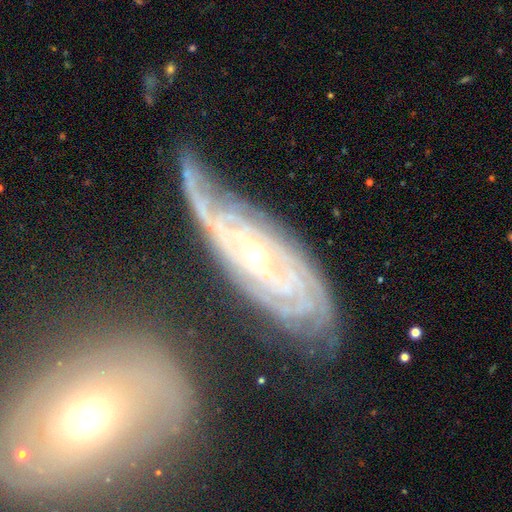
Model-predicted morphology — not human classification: Smooth or featured? Predicted: featured or disk (p=0.87). Edge-on disk? Predicted: no (p=0.89). Bar? Predicted: no (p=0.56). Spiral arms? Predicted: yes (p=0.96). Spiral winding? Predicted: tight (p=0.74). Spiral arm count? Predicted: can't tell (p=0.38). Bulge size? Predicted: small (p=0.66). Merging? Predicted: none (p=0.55).